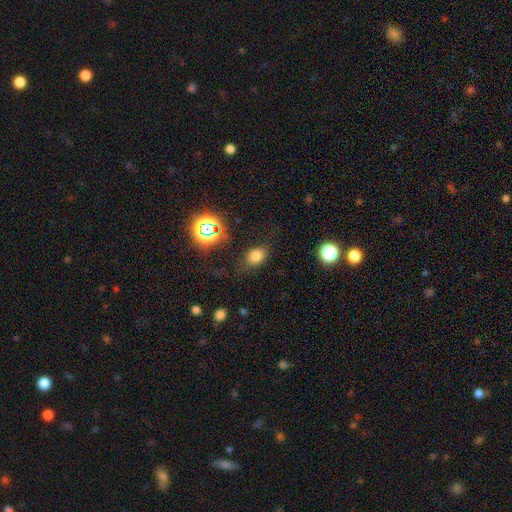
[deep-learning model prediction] Overall: smooth (72%). How rounded: in between (70%). Merging: none (72%).